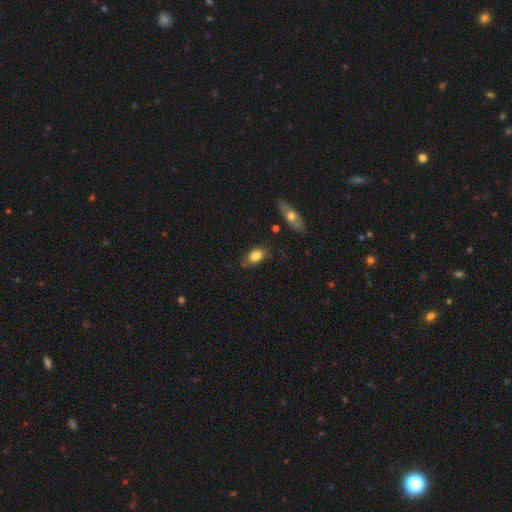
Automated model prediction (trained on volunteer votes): Q: Smooth or featured?
A: smooth (82%); runner-up: featured or disk (10%)
Q: How rounded?
A: in between (80%); runner-up: round (17%)
Q: Merging?
A: none (74%); runner-up: minor disturbance (19%)